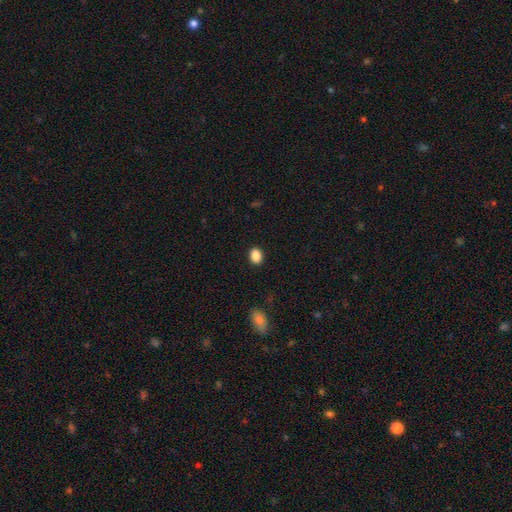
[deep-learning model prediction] A smooth galaxy with no disk features (88%) that is in between round and cigar-shaped (66%).

Vote fractions:
- Smooth or featured? smooth: 88% / star or artifact: 9% / featured or disk: 3%
- How rounded? in between: 66% / round: 32% / cigar-shaped: 1%
- Merging? none: 90% / minor disturbance: 7% / major disturbance: 2% / merger: 1%